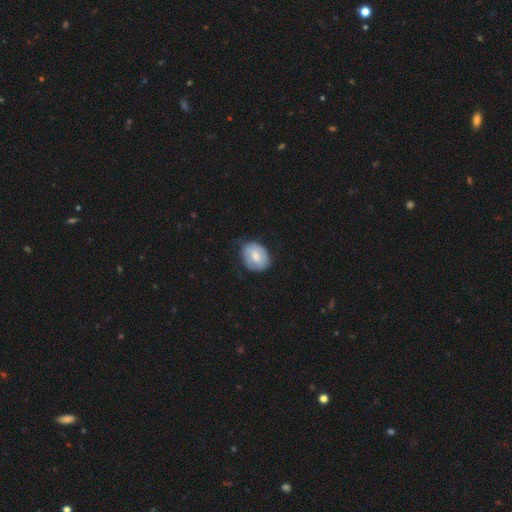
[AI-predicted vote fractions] Smooth or featured? smooth (65%)
How rounded? in between (54%)
Merging? none (55%)